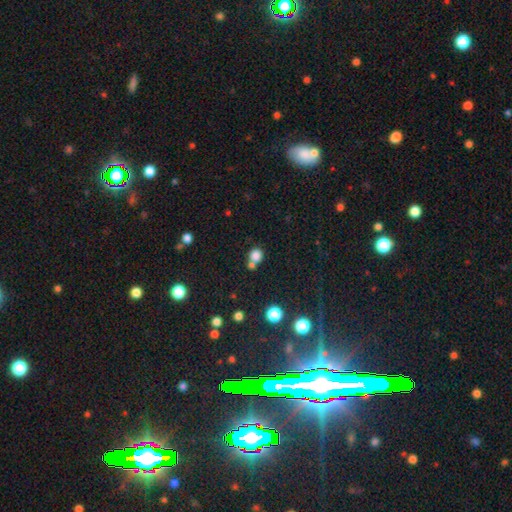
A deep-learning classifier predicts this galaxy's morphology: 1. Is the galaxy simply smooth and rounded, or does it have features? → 80% smooth, 13% star or artifact, 6% featured or disk.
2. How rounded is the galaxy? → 85% round, 14% in between, 1% cigar-shaped.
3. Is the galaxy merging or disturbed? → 53% none, 35% merger, 9% minor disturbance, 4% major disturbance.